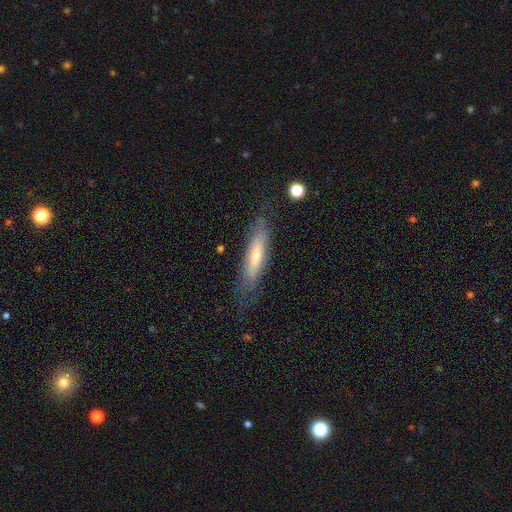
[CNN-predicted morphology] Smooth or featured? smooth (58%)
How rounded? cigar-shaped (75%)
Merging? none (72%)